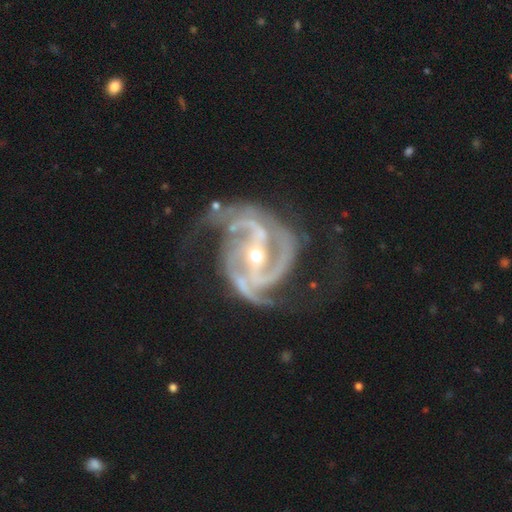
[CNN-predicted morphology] Smooth or featured?
  - featured or disk: 93% *
  - star or artifact: 4%
  - smooth: 3%
Edge-on disk?
  - no: 98% *
  - yes: 2%
Bar?
  - strong: 51% *
  - weak: 29%
  - no: 20%
Spiral arms?
  - yes: 98% *
  - no: 2%
Spiral winding?
  - medium: 54% *
  - tight: 34%
  - loose: 12%
Spiral arm count?
  - 3: 40% *
  - 2: 38%
  - 4: 7%
  - can't tell: 6%
  - 1: 4%
  - more than 4: 4%
Bulge size?
  - small: 55% *
  - moderate: 42%
  - large: 1%
  - none: 1%
  - dominant: 1%
Merging?
  - none: 50% *
  - major disturbance: 23%
  - minor disturbance: 23%
  - merger: 4%